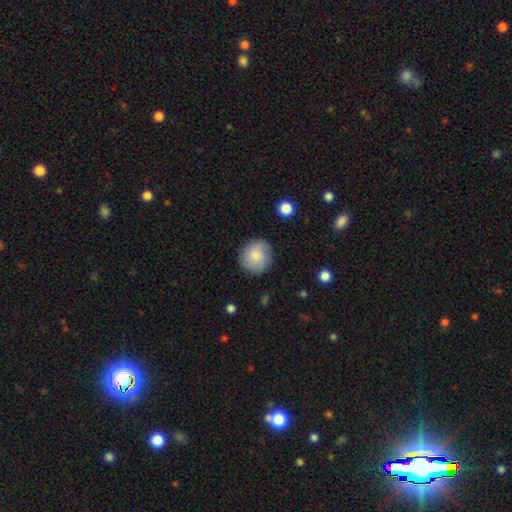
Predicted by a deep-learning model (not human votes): Overall: smooth (79%). How rounded: round (87%). Merging: none (83%).